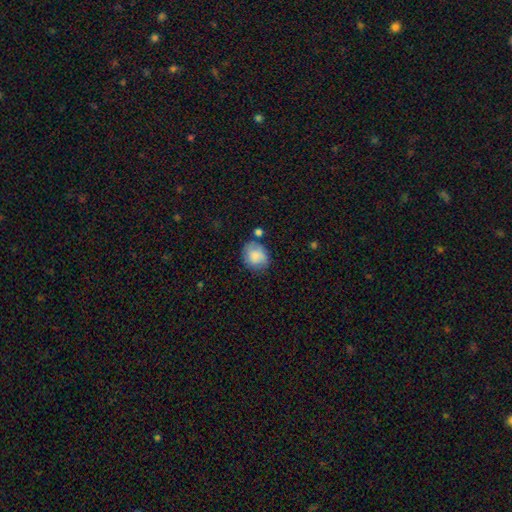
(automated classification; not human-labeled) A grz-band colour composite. It shows a smooth galaxy with no disk features (80%) that is round (66%). Merging: none (62%).